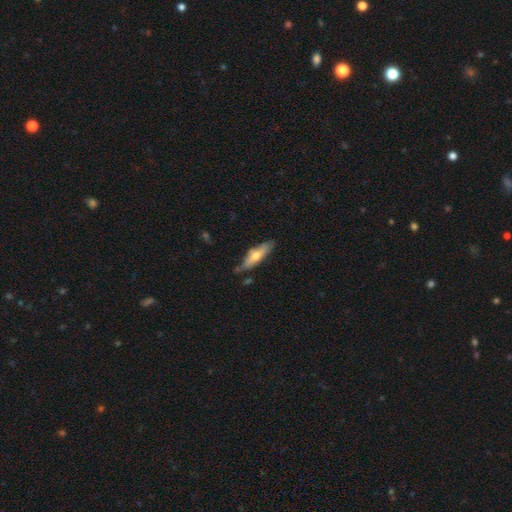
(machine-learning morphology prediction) A smooth galaxy with no disk features (51%) that is cigar-shaped (61%).

Vote fractions:
- Smooth or featured? smooth: 51% / featured or disk: 44% / star or artifact: 6%
- How rounded? cigar-shaped: 61% / in between: 37% / round: 2%
- Merging? none: 72% / minor disturbance: 21% / major disturbance: 4% / merger: 4%